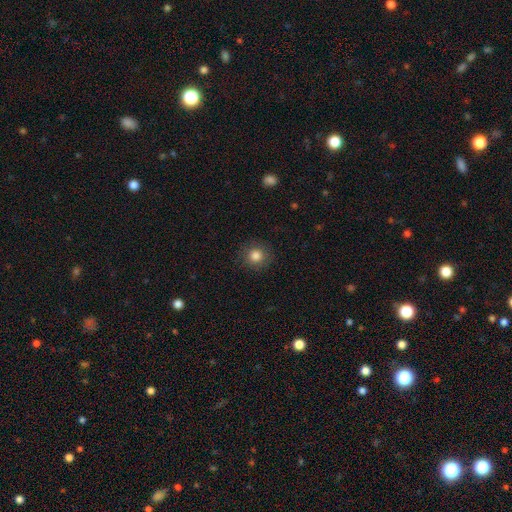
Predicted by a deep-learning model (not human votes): Smooth or featured: smooth — 83% (star or artifact — 11%)
How rounded: round — 92% (in between — 7%)
Merging: none — 89% (minor disturbance — 7%)